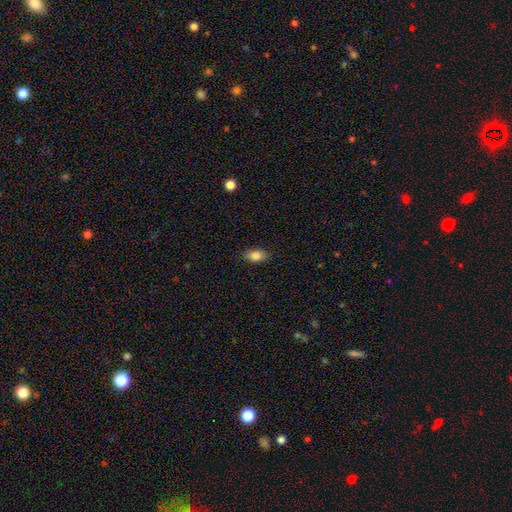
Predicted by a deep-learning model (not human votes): This is clearly a smooth galaxy (83%). How rounded: clearly in between (86%). Merging: clearly none (84%).